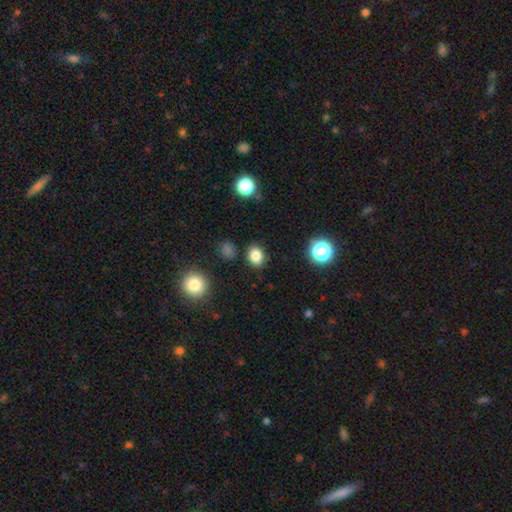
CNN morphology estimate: Smooth or featured? smooth (82%)
How rounded? in between (55%)
Merging? none (86%)